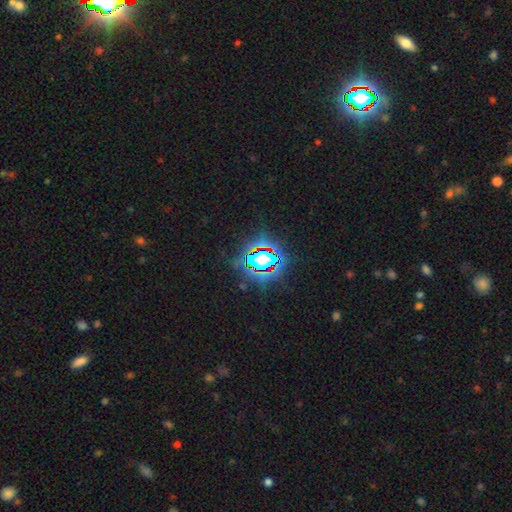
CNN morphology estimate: Overall: star or artifact (81%).